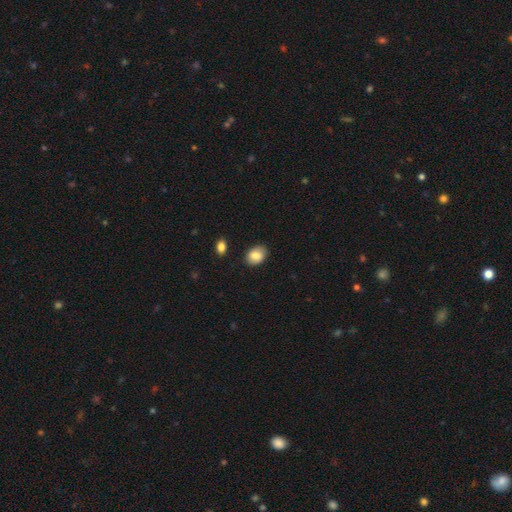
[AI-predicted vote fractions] This appears to be a smooth galaxy with no disk features (85%) that is in between round and cigar-shaped (72%). Merging: none (82%).